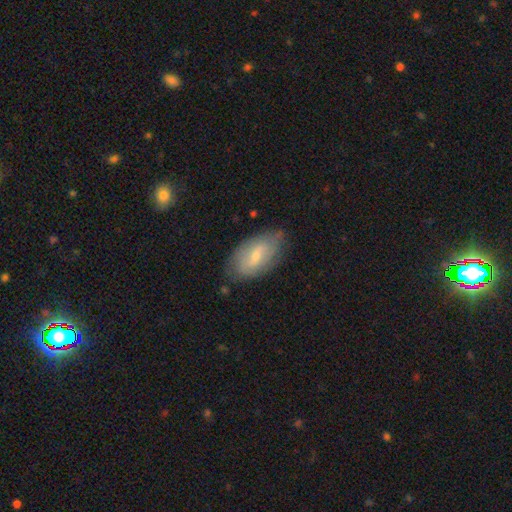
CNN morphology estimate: The model was most divided on "smooth or featured": smooth: 50%, featured or disk: 43%, star or artifact: 7%. More confident: merging — none (71%).